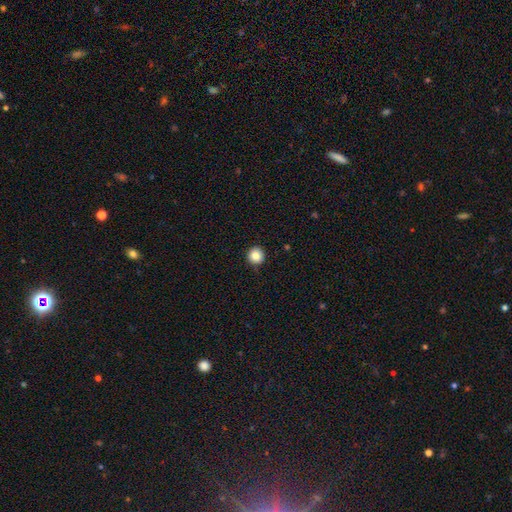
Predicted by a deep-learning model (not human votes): Morphology: type=smooth (86%); roundness=round (95%); merging=none (91%).